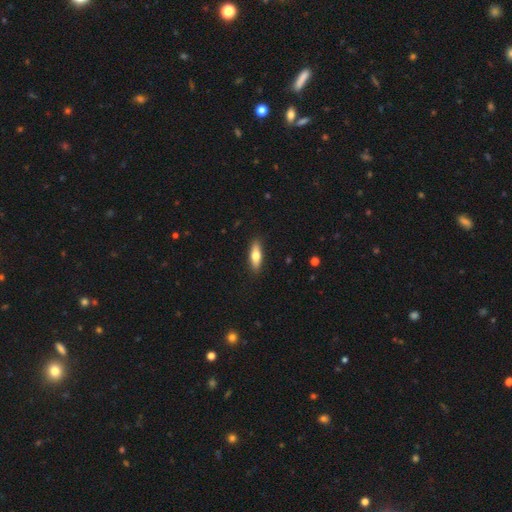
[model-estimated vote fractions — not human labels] Smooth or featured? Predicted: smooth (p=0.66). How rounded? Predicted: in between (p=0.51). Merging? Predicted: none (p=0.89).